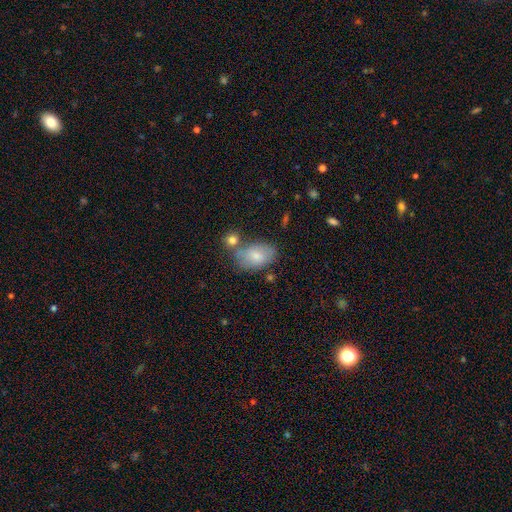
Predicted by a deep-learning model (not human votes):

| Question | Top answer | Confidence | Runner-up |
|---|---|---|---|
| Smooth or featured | smooth | 76% | featured or disk (17%) |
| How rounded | in between | 87% | round (11%) |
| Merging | none | 54% | merger (20%) |